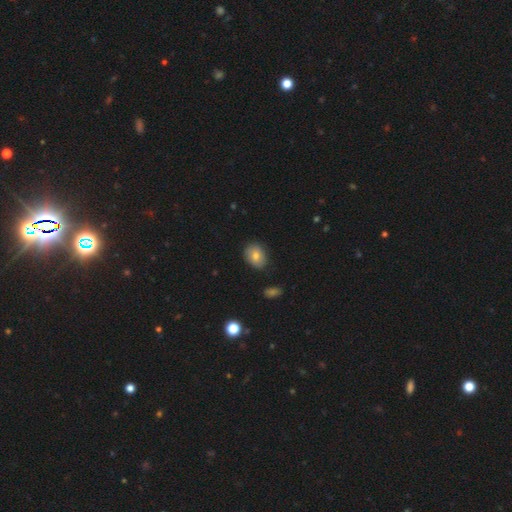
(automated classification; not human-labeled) smooth 76%, featured or disk 15%, star or artifact 9%. Down the decision tree: how rounded — in between (61%); merging — none (82%).